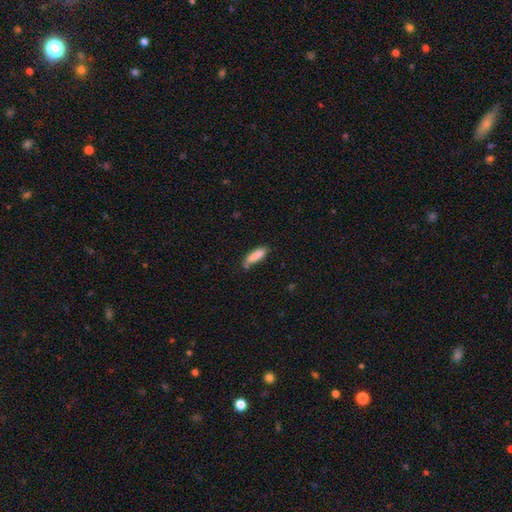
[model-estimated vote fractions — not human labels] Morphology: type=smooth (85%); roundness=cigar-shaped (59%); merging=none (65%).